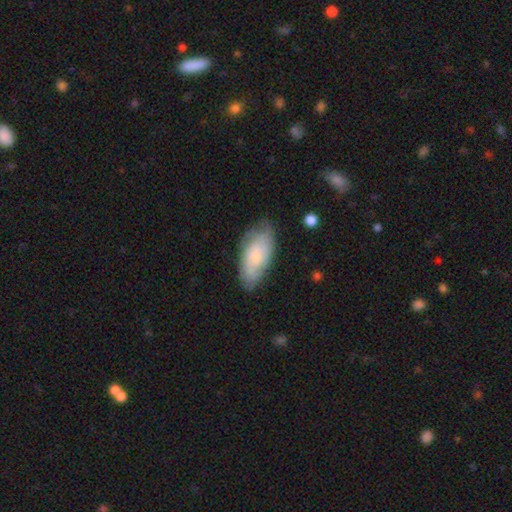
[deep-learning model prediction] This appears to be a smooth galaxy with no disk features (48%). Merging: none (69%).